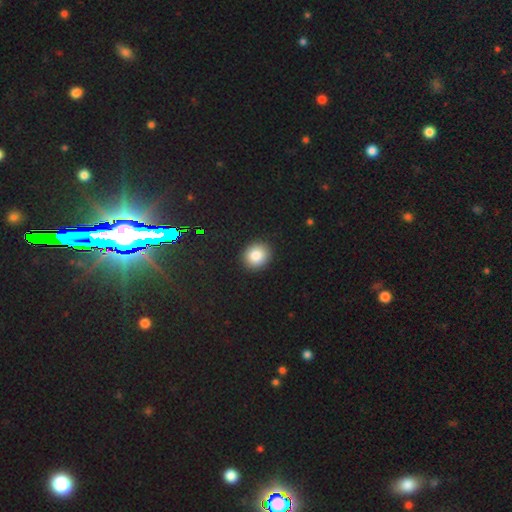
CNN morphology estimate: Smooth or featured? Predicted: smooth (p=0.85). How rounded? Predicted: round (p=0.81). Merging? Predicted: none (p=0.92).